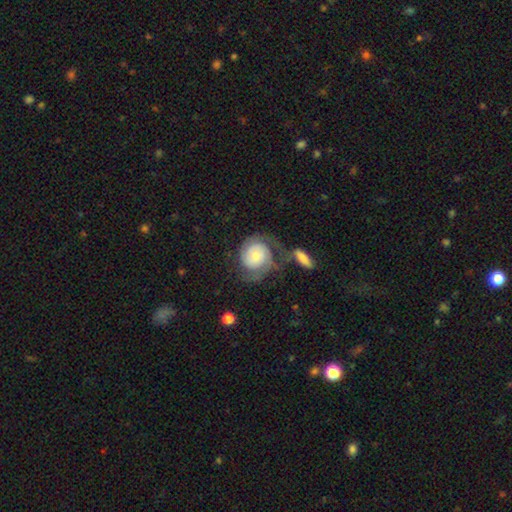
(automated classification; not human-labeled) Q: Smooth or featured?
A: featured or disk (69%); runner-up: smooth (25%)
Q: Edge-on disk?
A: no (97%); runner-up: yes (3%)
Q: Bar?
A: no (74%); runner-up: weak (21%)
Q: Spiral arms?
A: yes (91%); runner-up: no (9%)
Q: Spiral winding?
A: tight (60%); runner-up: medium (29%)
Q: Spiral arm count?
A: 2 (59%); runner-up: can't tell (21%)
Q: Bulge size?
A: small (50%); runner-up: moderate (38%)
Q: Merging?
A: none (42%); runner-up: major disturbance (22%)